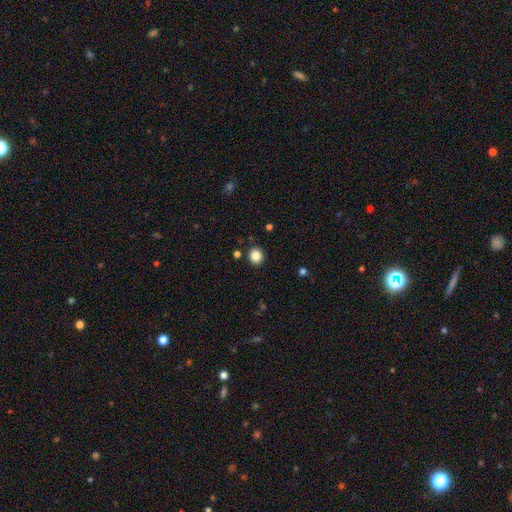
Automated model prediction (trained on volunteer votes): A smooth galaxy with no disk features (85%) that is round (88%). Merging: none (90%).